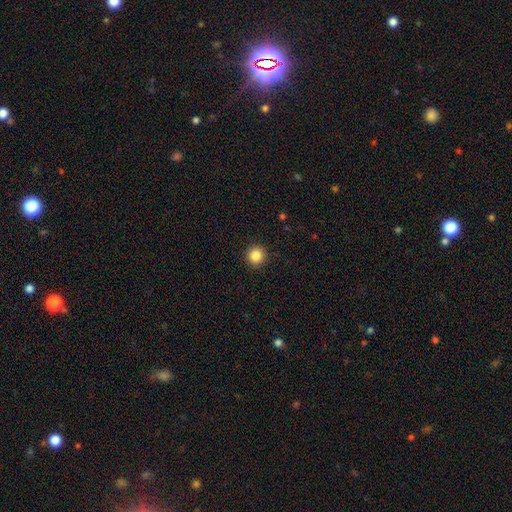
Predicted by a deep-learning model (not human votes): smooth 86%, star or artifact 10%, featured or disk 4%. Down the decision tree: how rounded — round (95%); merging — none (92%).